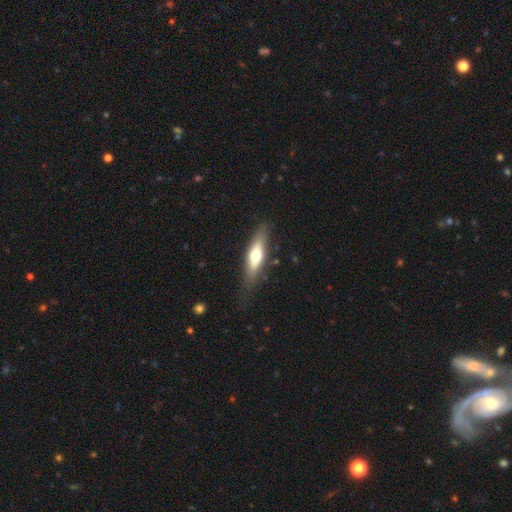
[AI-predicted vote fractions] This is possibly a smooth galaxy (53%). How rounded: possibly cigar-shaped (58%). Merging: likely none (79%).